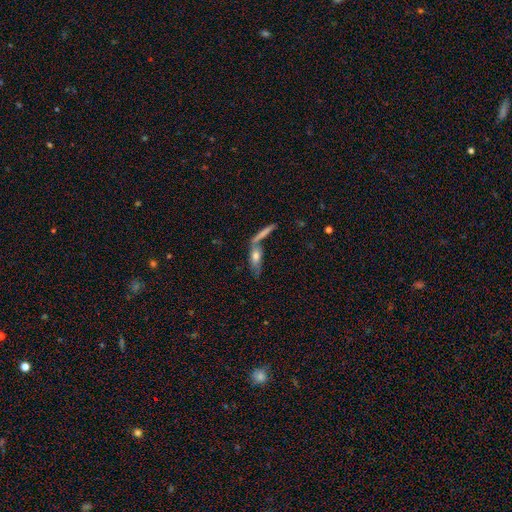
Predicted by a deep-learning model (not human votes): Smooth or featured? featured or disk (49%)
Merging? none (46%)